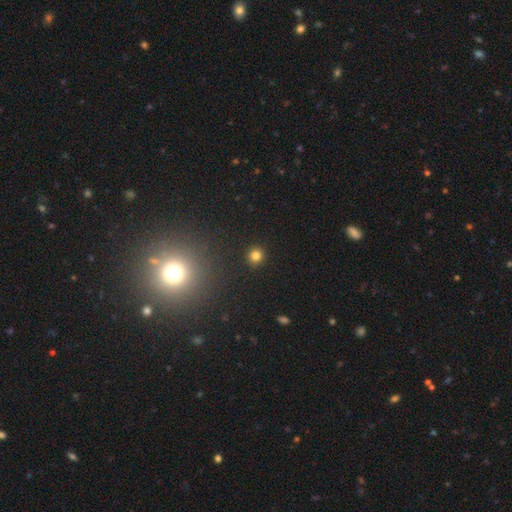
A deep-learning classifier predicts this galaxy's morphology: Smooth or featured: smooth — 80% (star or artifact — 15%)
How rounded: round — 93% (in between — 6%)
Merging: none — 92% (minor disturbance — 5%)